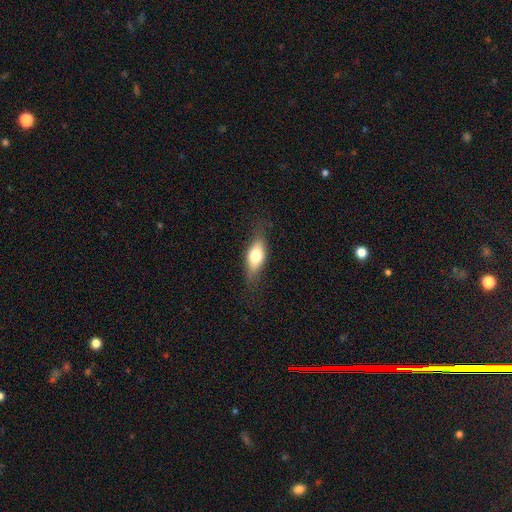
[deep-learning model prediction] A smooth galaxy with no disk features (65%) that is in between round and cigar-shaped (77%). Merging: none (75%).